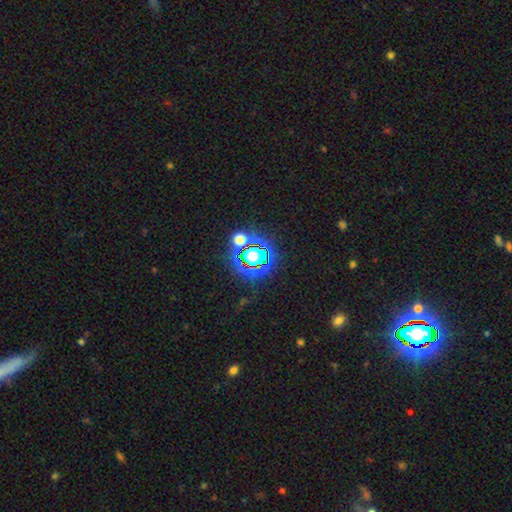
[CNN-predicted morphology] star or artifact 80%, smooth 13%, featured or disk 8%.